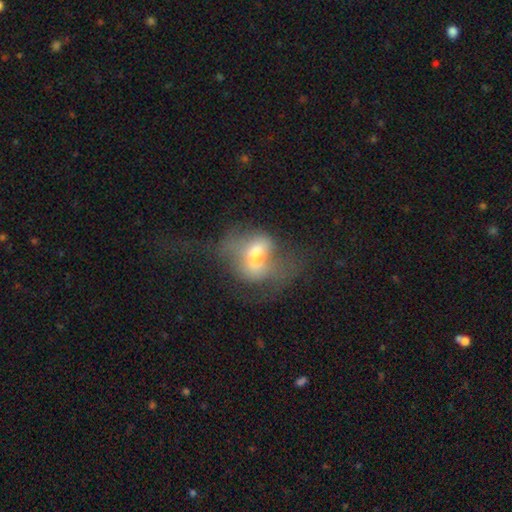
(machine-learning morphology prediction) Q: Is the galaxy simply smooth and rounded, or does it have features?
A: featured or disk — 48%.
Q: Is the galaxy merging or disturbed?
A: major disturbance — 44%.